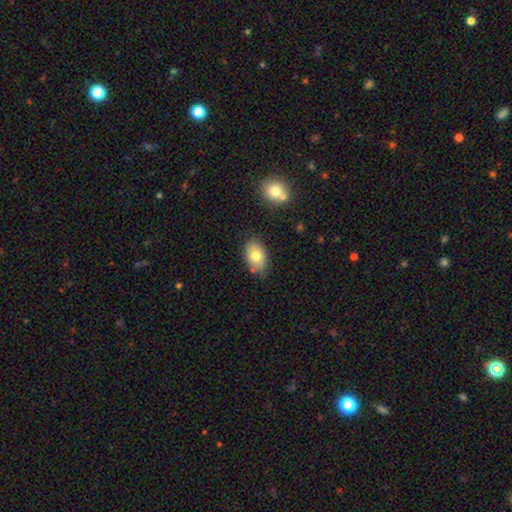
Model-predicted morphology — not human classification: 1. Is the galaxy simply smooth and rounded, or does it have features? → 76% smooth, 16% featured or disk, 8% star or artifact.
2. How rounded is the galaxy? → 86% in between, 13% round, 1% cigar-shaped.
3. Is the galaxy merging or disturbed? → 78% none, 14% minor disturbance, 5% merger, 3% major disturbance.